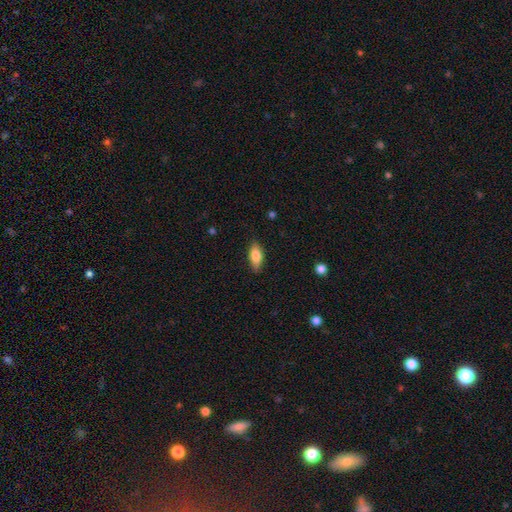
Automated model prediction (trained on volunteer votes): smooth-or-featured: smooth: 77% | featured or disk: 16% | star or artifact: 7%
  how-rounded: in between: 80% | cigar-shaped: 16% | round: 3%
  merging: none: 84% | minor disturbance: 12% | major disturbance: 3% | merger: 1%